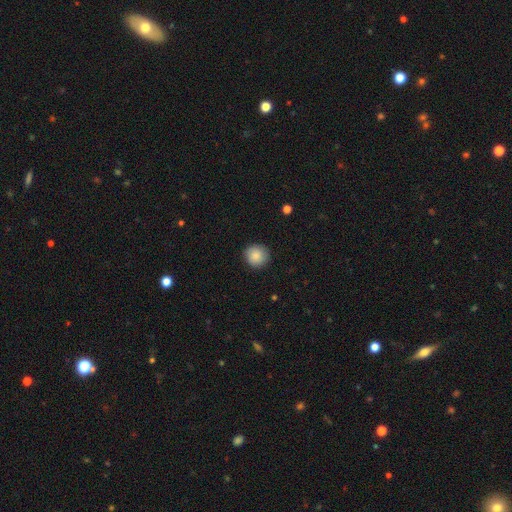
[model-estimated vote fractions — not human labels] Smooth or featured? Predicted: smooth (p=0.86). How rounded? Predicted: round (p=0.93). Merging? Predicted: none (p=0.89).